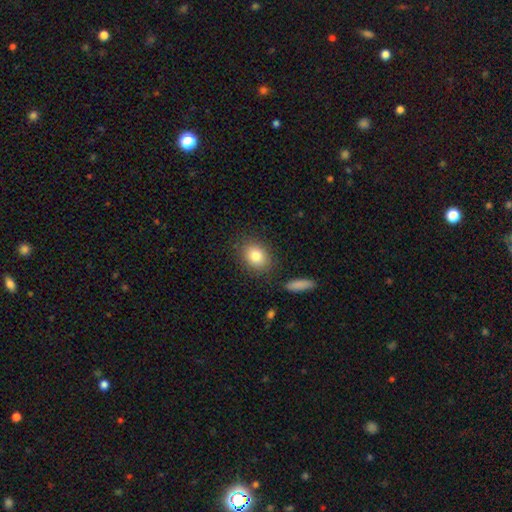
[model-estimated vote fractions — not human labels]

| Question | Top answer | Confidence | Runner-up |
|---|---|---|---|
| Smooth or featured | smooth | 82% | featured or disk (10%) |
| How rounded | in between | 58% | round (40%) |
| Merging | none | 83% | minor disturbance (10%) |